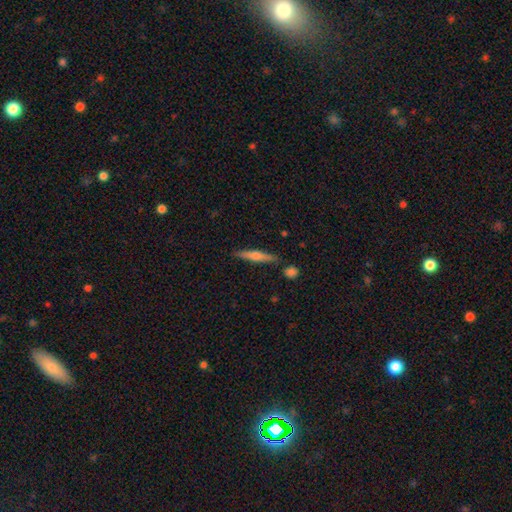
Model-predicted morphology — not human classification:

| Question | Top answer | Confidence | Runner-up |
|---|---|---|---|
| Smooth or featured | featured or disk | 57% | smooth (37%) |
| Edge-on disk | yes | 96% | no (4%) |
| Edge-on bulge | rounded | 84% | none (9%) |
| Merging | none | 85% | minor disturbance (9%) |